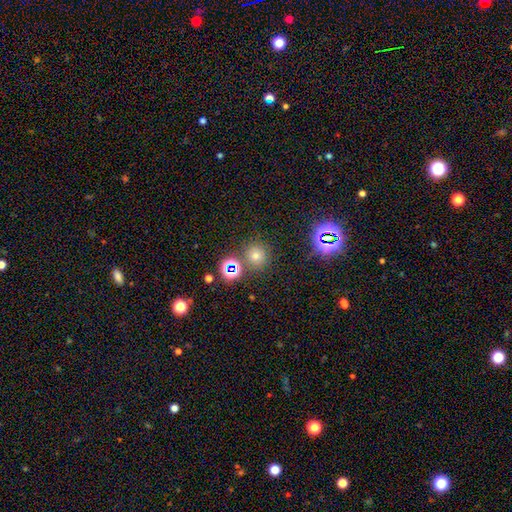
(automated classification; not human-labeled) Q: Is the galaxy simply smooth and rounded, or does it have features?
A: smooth — 61%.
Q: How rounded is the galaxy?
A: round — 91%.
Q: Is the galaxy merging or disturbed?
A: none — 81%.